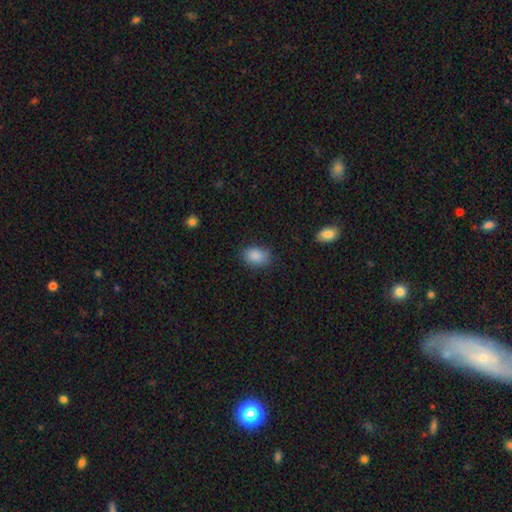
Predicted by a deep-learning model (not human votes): Smooth or featured? Predicted: smooth (p=0.87). How rounded? Predicted: in between (p=0.80). Merging? Predicted: none (p=0.79).